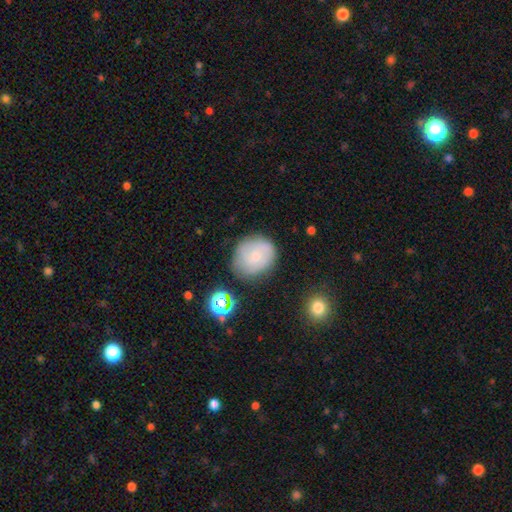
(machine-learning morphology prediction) smooth_or_featured: smooth (p=0.53) [alt: featured or disk p=0.37]
how_rounded: round (p=0.77) [alt: in between p=0.22]
merging: none (p=0.73) [alt: minor disturbance p=0.18]